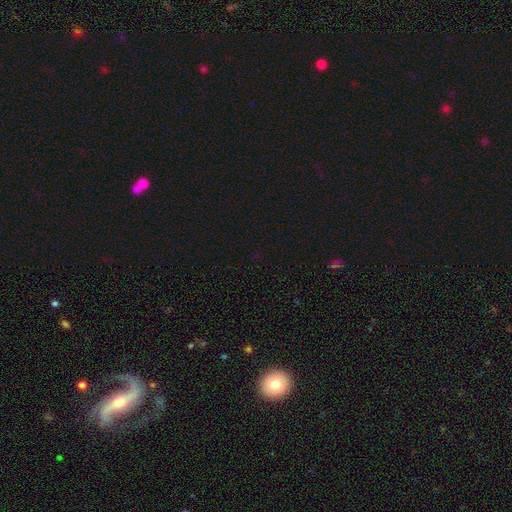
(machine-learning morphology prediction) Overall: star or artifact (73%).